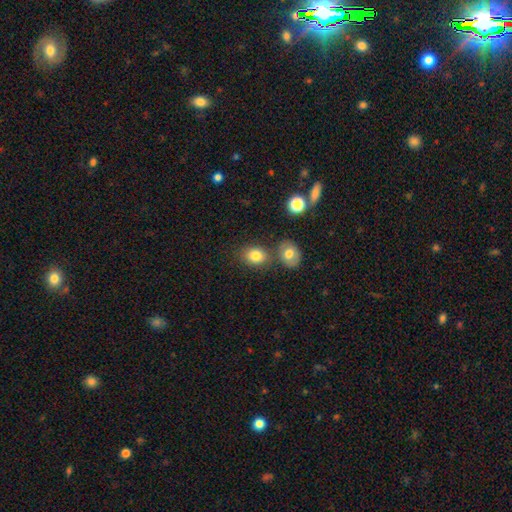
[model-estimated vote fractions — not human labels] smooth 80%, star or artifact 11%, featured or disk 9%. Down the decision tree: how rounded — in between (54%); merging — none (65%).